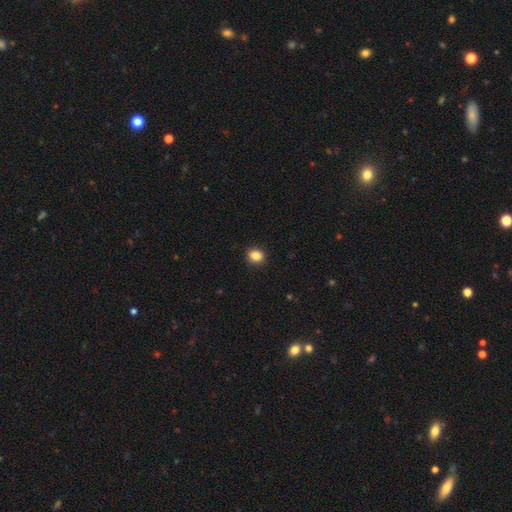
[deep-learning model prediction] Smooth or featured: smooth — 86% (star or artifact — 10%)
How rounded: round — 70% (in between — 29%)
Merging: none — 90% (minor disturbance — 7%)